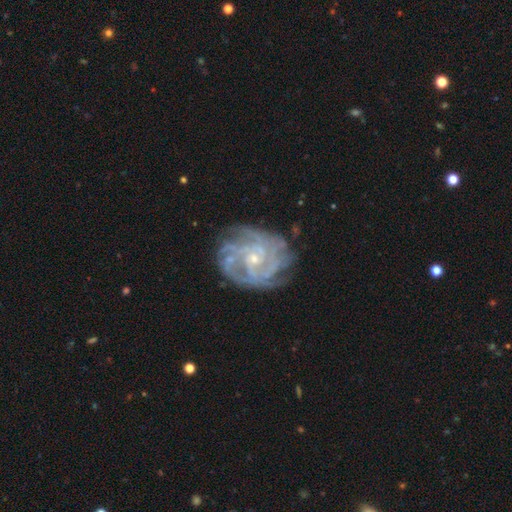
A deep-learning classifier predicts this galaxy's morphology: A featured or disk galaxy (85%) with no bar (60%), tight (67%) spiral arms (96%) and a small central bulge (71%).

Vote fractions:
- Smooth or featured? featured or disk: 85% / star or artifact: 8% / smooth: 7%
- Edge-on disk? no: 97% / yes: 3%
- Bar? no: 60% / weak: 32% / strong: 8%
- Spiral arms? yes: 96% / no: 4%
- Spiral winding? tight: 67% / medium: 27% / loose: 6%
- Spiral arm count? can't tell: 28% / 4: 23% / 3: 16% / more than 4: 15% / 2: 10% / 1: 8%
- Bulge size? small: 71% / moderate: 25% / none: 2% / large: 1% / dominant: 1%
- Merging? none: 77% / minor disturbance: 15% / major disturbance: 6% / merger: 2%